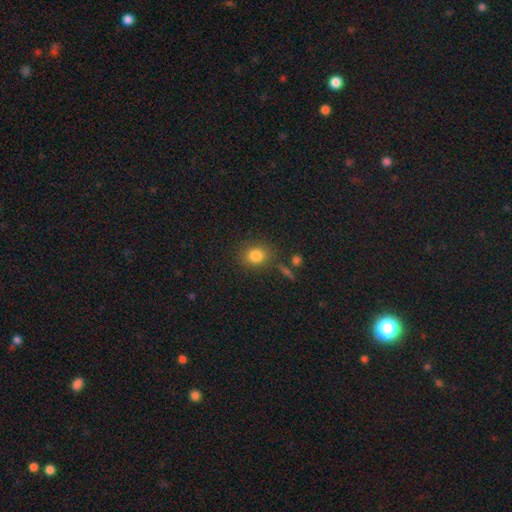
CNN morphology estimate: Q: Smooth or featured?
A: smooth (82%); runner-up: star or artifact (11%)
Q: How rounded?
A: round (68%); runner-up: in between (30%)
Q: Merging?
A: none (80%); runner-up: minor disturbance (11%)